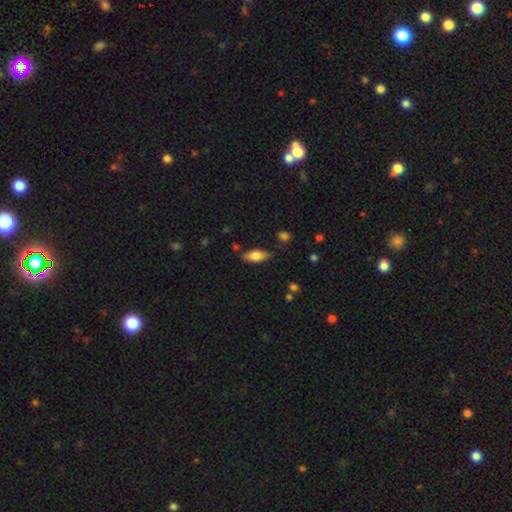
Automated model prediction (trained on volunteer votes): Morphology: type=smooth (69%); roundness=in between (79%); merging=none (80%).